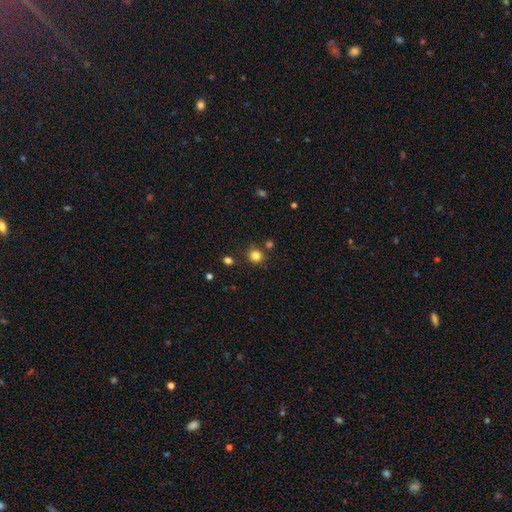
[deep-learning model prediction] This is clearly a smooth galaxy (82%). How rounded: clearly round (88%). Merging: clearly none (83%).